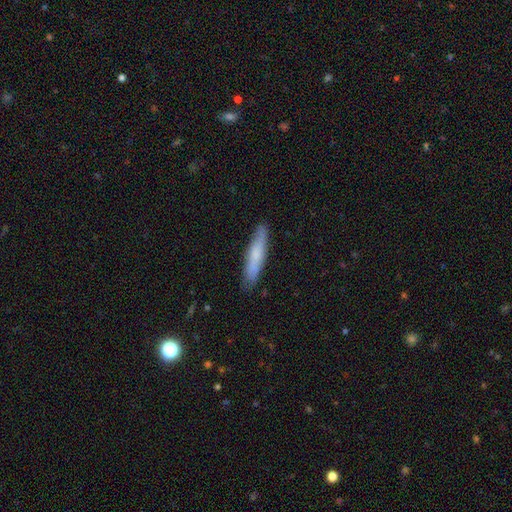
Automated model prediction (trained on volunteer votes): Q: Smooth or featured?
A: smooth (66%); runner-up: featured or disk (28%)
Q: How rounded?
A: cigar-shaped (89%); runner-up: in between (10%)
Q: Merging?
A: none (86%); runner-up: minor disturbance (11%)